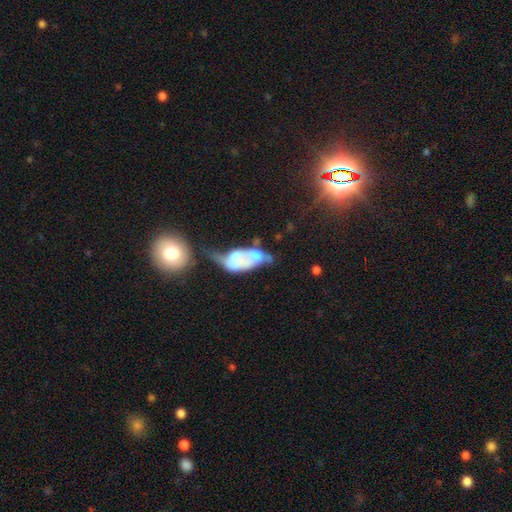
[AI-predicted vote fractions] smooth_or_featured: featured or disk (p=0.48) [alt: smooth p=0.42]
merging: merger (p=0.51) [alt: major disturbance p=0.26]